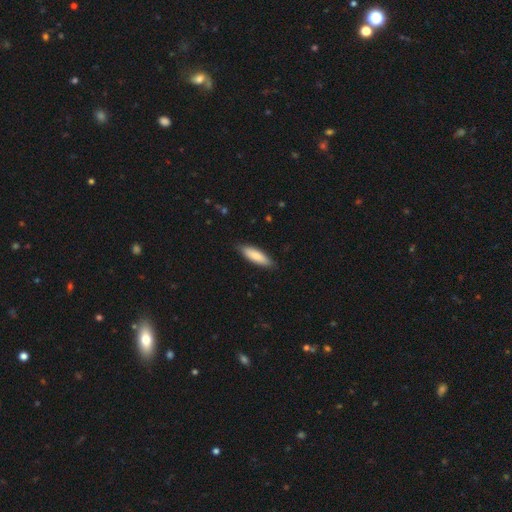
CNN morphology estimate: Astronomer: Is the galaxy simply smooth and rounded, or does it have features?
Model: smooth — 83%.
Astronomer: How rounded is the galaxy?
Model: cigar-shaped — 52% (runner-up: in between, 46%).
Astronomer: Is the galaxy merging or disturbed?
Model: none — 86%.